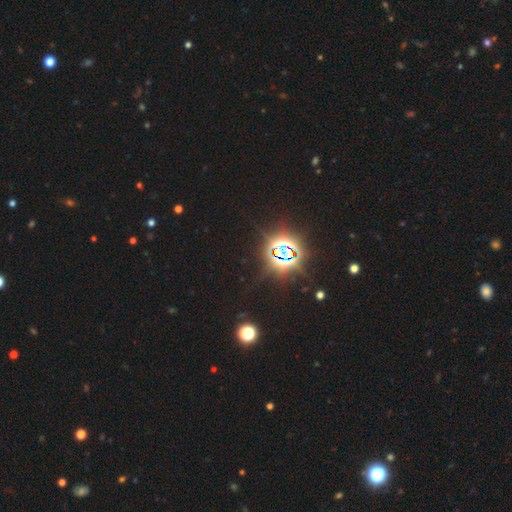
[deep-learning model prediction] Smooth or featured? Predicted: star or artifact (p=0.84).